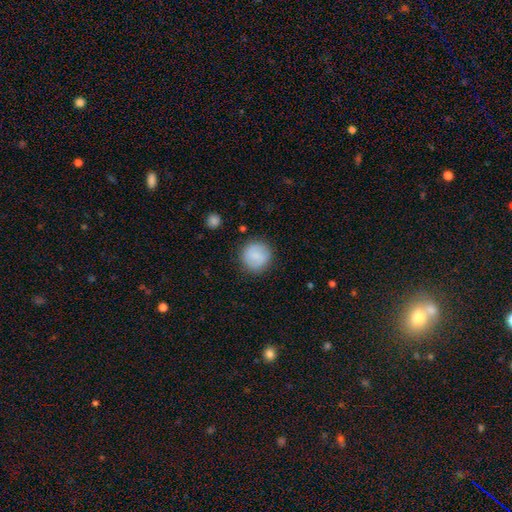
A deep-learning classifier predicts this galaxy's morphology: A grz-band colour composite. It shows a smooth galaxy with no disk features (73%) that is round (92%). Merging: none (86%).